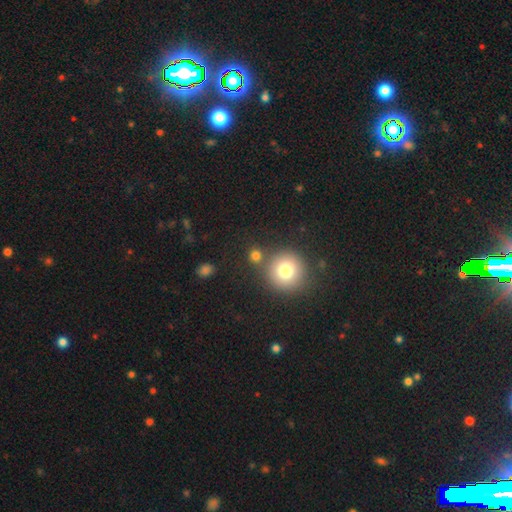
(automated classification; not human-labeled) smooth-or-featured: smooth: 78% | star or artifact: 15% | featured or disk: 8%
  how-rounded: round: 89% | in between: 10% | cigar-shaped: 1%
  merging: none: 72% | merger: 16% | minor disturbance: 8% | major disturbance: 4%